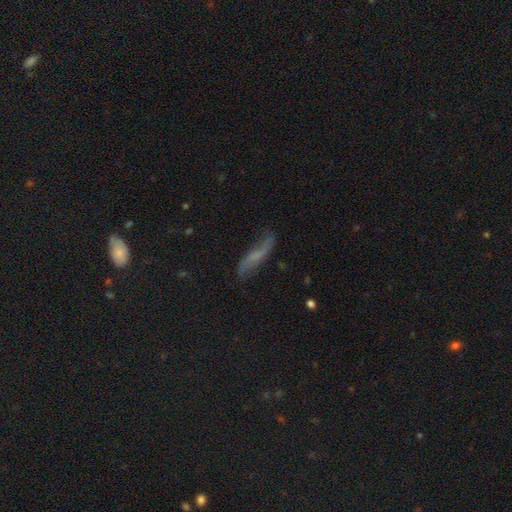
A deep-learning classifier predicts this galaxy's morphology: smooth_or_featured: featured or disk (p=0.60) [alt: smooth p=0.29]
disk_edge_on: no (p=0.70) [alt: yes p=0.30]
merging: none (p=0.69) [alt: minor disturbance p=0.21]